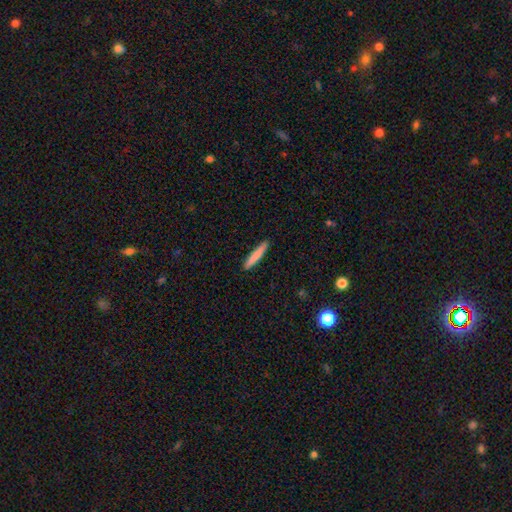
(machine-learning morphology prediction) A smooth galaxy with no disk features (80%) that is cigar-shaped (95%). Merging: none (91%).